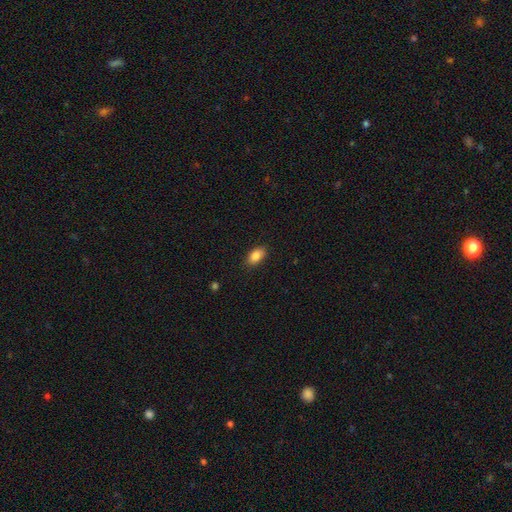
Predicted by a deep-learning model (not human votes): A smooth galaxy with no disk features (86%) that is in between round and cigar-shaped (90%).

Vote fractions:
- Smooth or featured? smooth: 86% / star or artifact: 8% / featured or disk: 6%
- How rounded? in between: 90% / round: 7% / cigar-shaped: 3%
- Merging? none: 87% / minor disturbance: 10% / major disturbance: 2% / merger: 1%